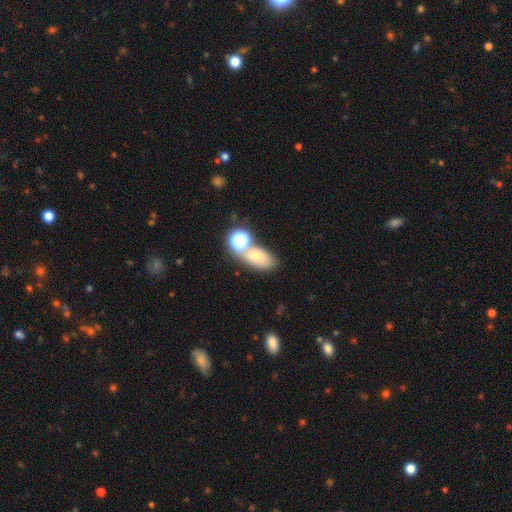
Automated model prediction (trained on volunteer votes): Q: Smooth or featured?
A: smooth (68%); runner-up: star or artifact (17%)
Q: How rounded?
A: in between (78%); runner-up: round (18%)
Q: Merging?
A: none (51%); runner-up: merger (30%)